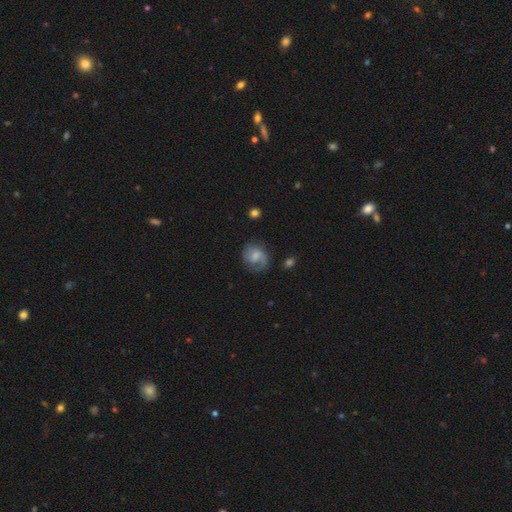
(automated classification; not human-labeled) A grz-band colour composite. It shows a featured or disk galaxy (55%) with no bar (49%), spiral arms (87%) and a small central bulge (41%). Merging: none (64%).